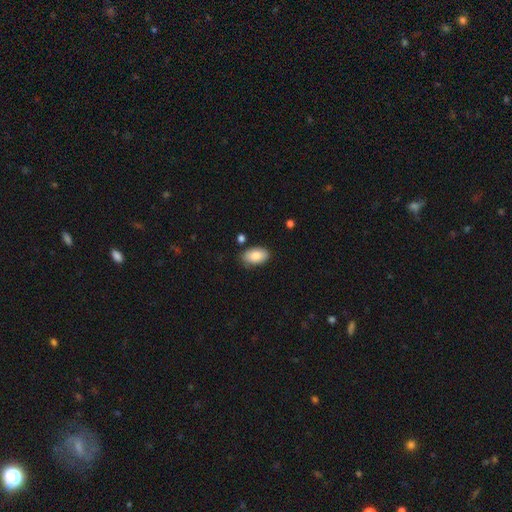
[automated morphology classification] type=smooth (85%); roundness=in between (93%); merging=none (82%).